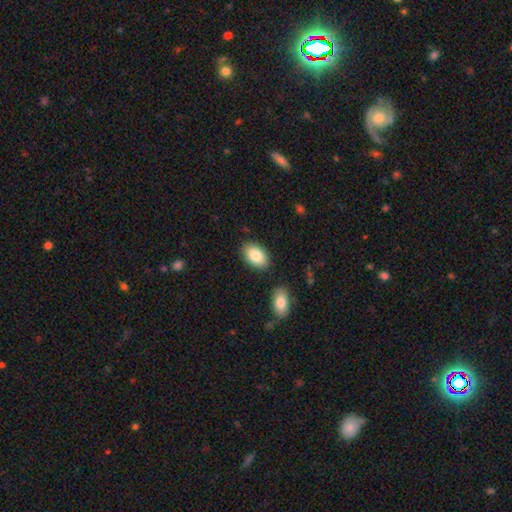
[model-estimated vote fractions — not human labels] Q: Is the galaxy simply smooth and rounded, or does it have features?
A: smooth — 84%.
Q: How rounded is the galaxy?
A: in between — 93%.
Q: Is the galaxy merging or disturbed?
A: none — 84%.